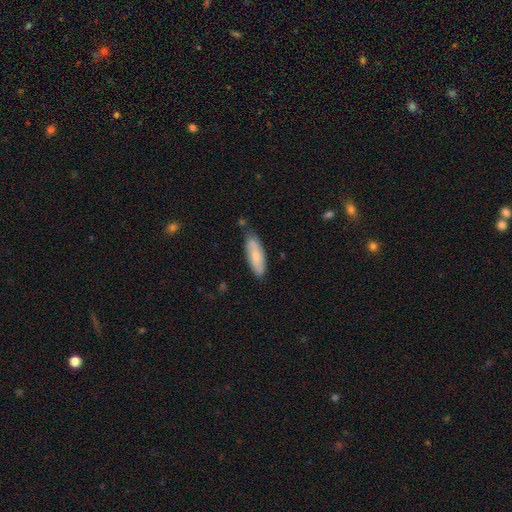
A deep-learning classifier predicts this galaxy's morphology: Smooth or featured? Predicted: smooth (p=0.75). How rounded? Predicted: in between (p=0.55). Merging? Predicted: none (p=0.77).